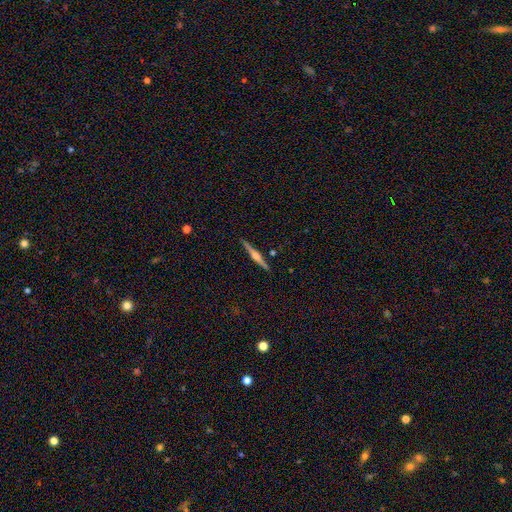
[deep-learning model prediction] Smooth or featured: featured or disk — 75% (smooth — 19%)
Edge-on disk: yes — 98% (no — 2%)
Edge-on bulge: rounded — 83% (boxy — 10%)
Merging: none — 91% (minor disturbance — 7%)